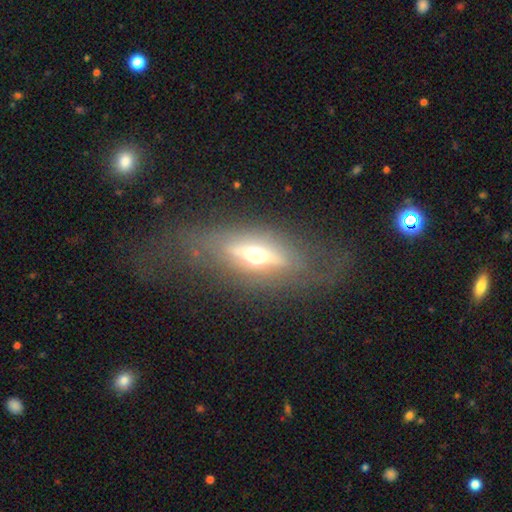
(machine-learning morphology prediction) Smooth or featured?
  - featured or disk: 59% *
  - smooth: 31%
  - star or artifact: 10%
Edge-on disk?
  - yes: 72% *
  - no: 28%
Merging?
  - none: 71% *
  - minor disturbance: 15%
  - major disturbance: 13%
  - merger: 2%